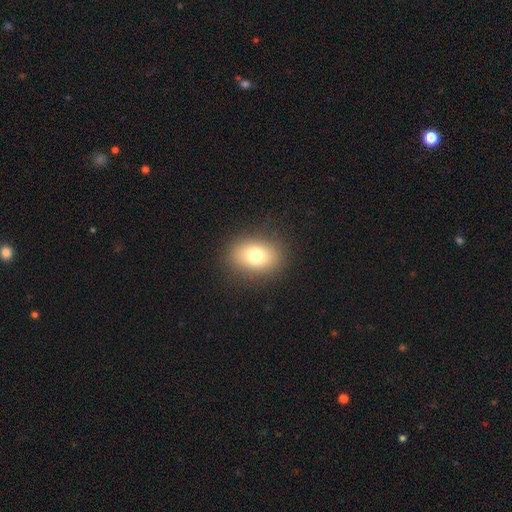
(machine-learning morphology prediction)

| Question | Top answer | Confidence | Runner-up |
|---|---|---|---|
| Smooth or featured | smooth | 76% | featured or disk (13%) |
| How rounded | in between | 66% | round (33%) |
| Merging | none | 87% | minor disturbance (8%) |